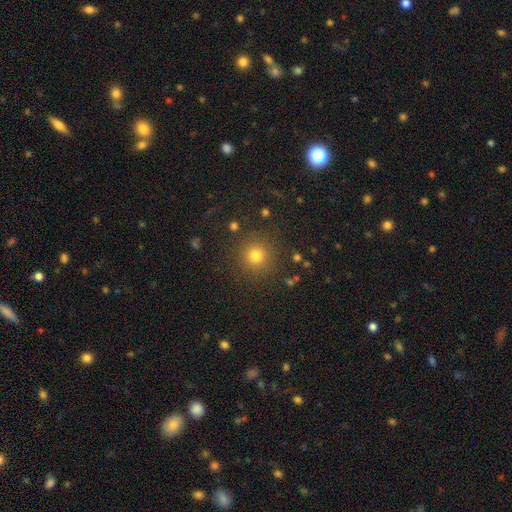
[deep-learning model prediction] Morphology: type=smooth (77%); roundness=round (94%); merging=none (88%).